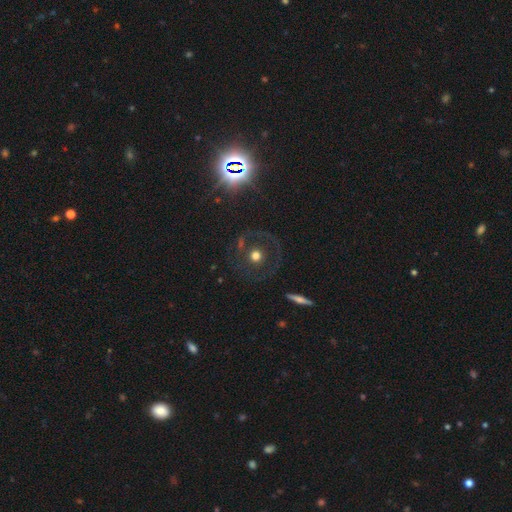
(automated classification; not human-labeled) Smooth or featured? smooth (43%)
Merging? none (76%)